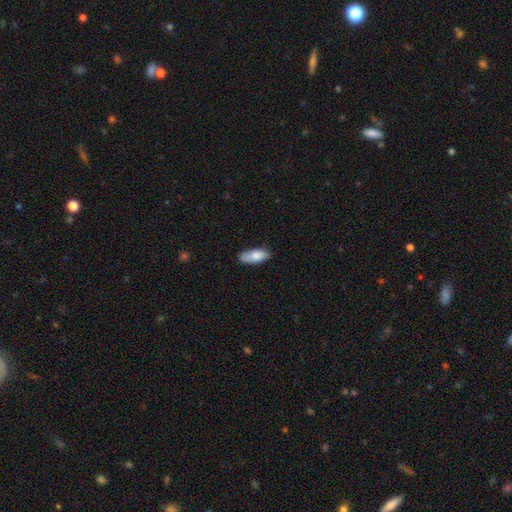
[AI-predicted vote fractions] This appears to be a smooth galaxy with no disk features (83%) that is in between round and cigar-shaped (82%). Merging: none (75%).